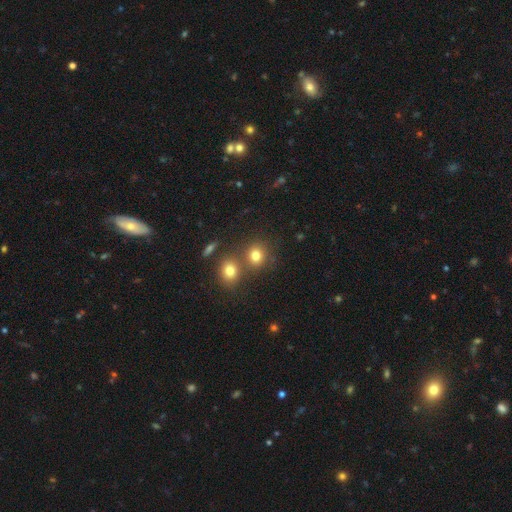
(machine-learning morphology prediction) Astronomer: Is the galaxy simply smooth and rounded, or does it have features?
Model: smooth — 78%.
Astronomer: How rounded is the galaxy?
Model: round — 76%.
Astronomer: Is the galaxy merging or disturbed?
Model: none — 61%.